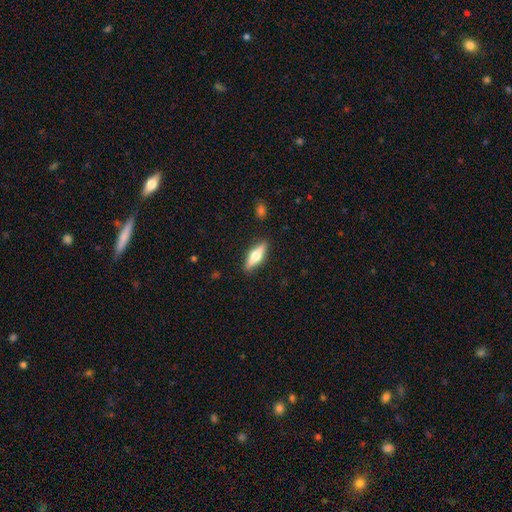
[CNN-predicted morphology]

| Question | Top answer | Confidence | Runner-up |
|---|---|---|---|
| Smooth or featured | smooth | 49% | featured or disk (45%) |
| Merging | none | 88% | minor disturbance (8%) |